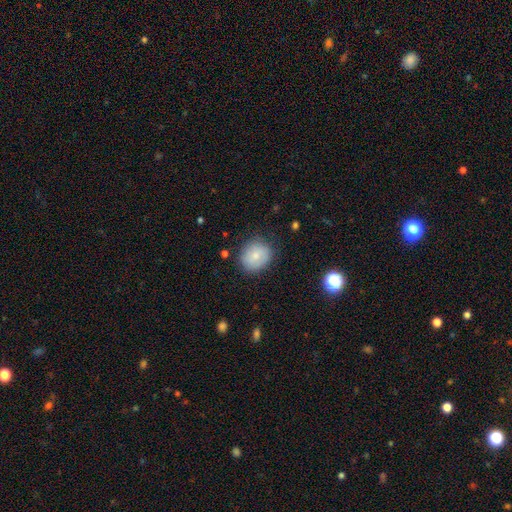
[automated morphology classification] This appears to be a smooth galaxy with no disk features (78%) that is round (66%). Merging: none (79%).